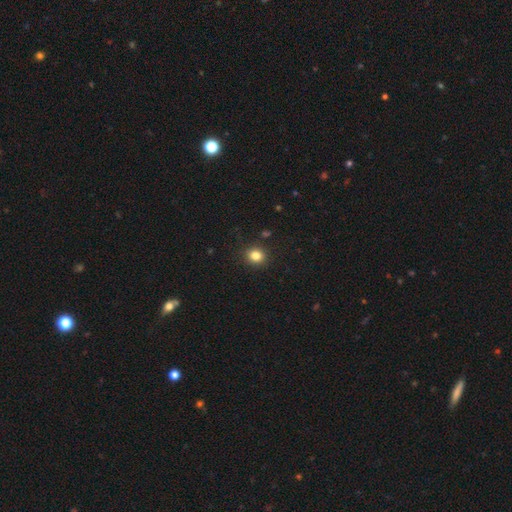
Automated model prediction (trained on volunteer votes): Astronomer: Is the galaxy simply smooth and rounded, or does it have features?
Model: smooth — 83%.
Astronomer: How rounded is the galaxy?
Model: round — 82%.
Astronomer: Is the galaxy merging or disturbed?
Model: none — 90%.